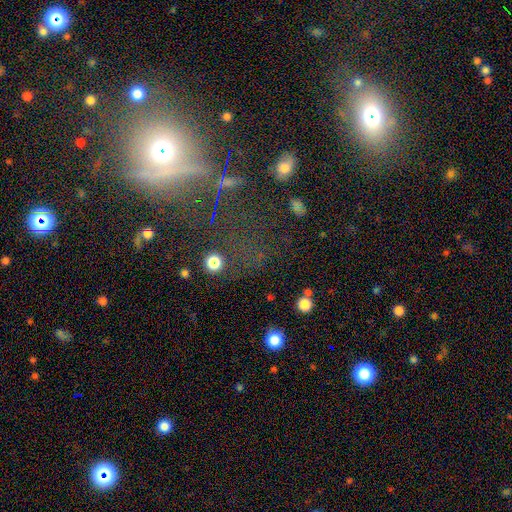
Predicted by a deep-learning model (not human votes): This appears to be a star or artifact, not a galaxy (45%).